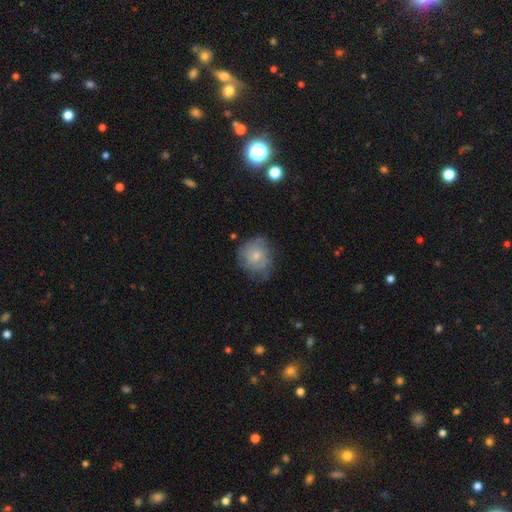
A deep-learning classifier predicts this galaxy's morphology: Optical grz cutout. It shows a featured or disk galaxy (47%). Merging: none (58%).